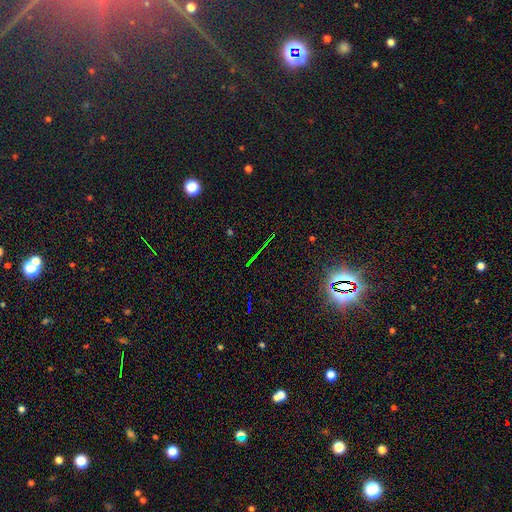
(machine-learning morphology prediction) This appears to be a star or artifact, not a galaxy (77%).